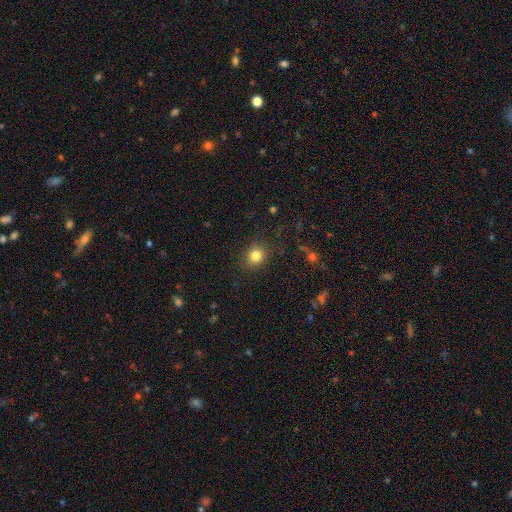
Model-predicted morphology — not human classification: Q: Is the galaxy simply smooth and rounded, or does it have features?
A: smooth — 82%.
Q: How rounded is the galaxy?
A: round — 77%.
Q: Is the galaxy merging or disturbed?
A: none — 87%.